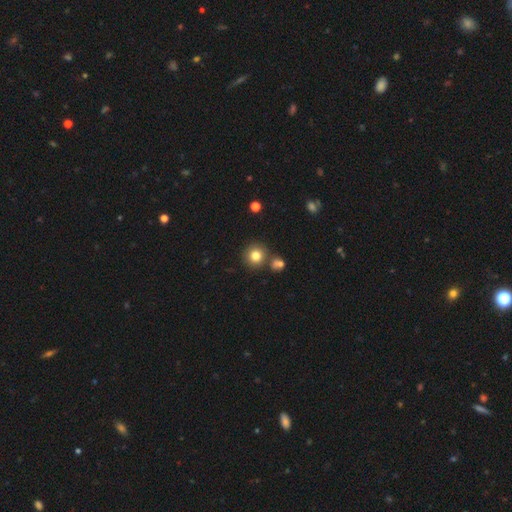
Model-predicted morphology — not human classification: This is clearly a smooth galaxy (81%). How rounded: clearly round (91%). Merging: likely none (78%).